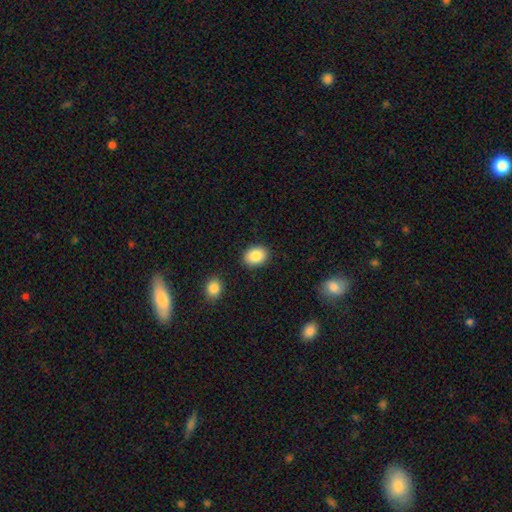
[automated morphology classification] Overall: smooth (87%). How rounded: in between (63%; round 36%). Merging: none (87%).